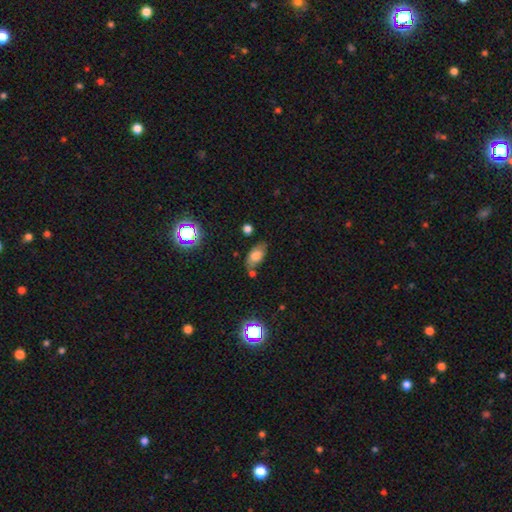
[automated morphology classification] type=smooth (72%); roundness=in between (90%); merging=none (63%).